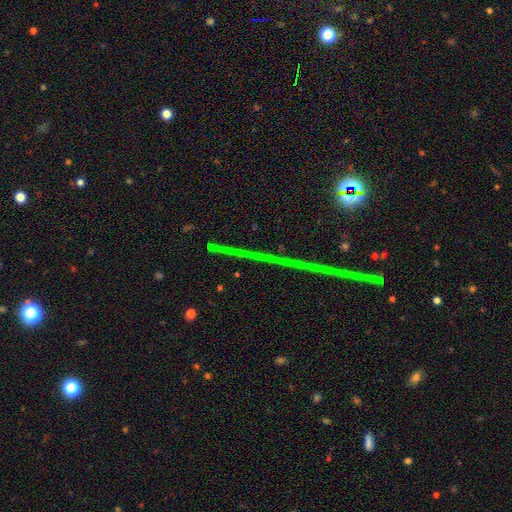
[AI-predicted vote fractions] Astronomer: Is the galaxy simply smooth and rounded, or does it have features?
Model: star or artifact — 78%.